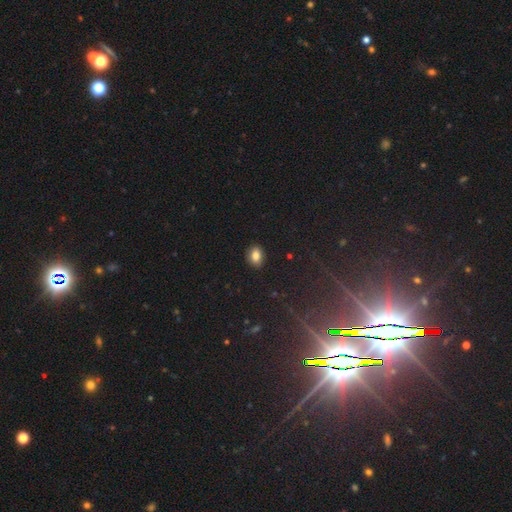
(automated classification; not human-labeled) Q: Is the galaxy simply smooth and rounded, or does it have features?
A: smooth — 82%.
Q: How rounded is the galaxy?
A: in between — 66%.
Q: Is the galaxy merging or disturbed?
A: none — 88%.